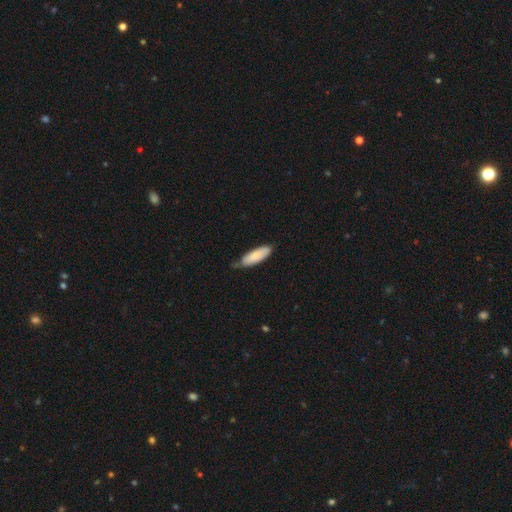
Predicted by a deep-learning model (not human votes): smooth-or-featured: smooth: 84% | featured or disk: 11% | star or artifact: 5%
  how-rounded: in between: 59% | cigar-shaped: 40% | round: 1%
  merging: none: 65% | minor disturbance: 29% | major disturbance: 4% | merger: 2%